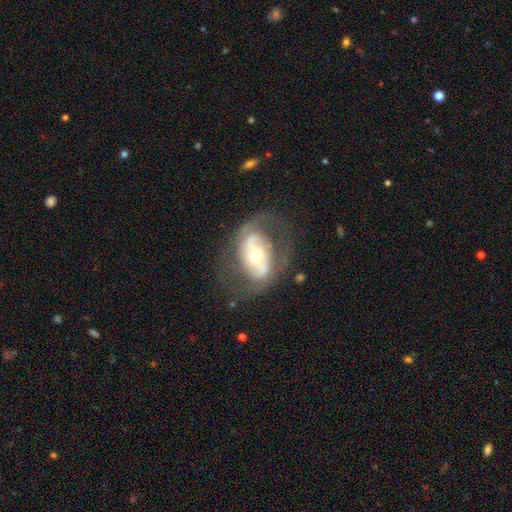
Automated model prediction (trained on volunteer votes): This is likely a featured or disk galaxy (76%). It is clearly not viewed edge-on (95%). Bar: marginally no (43%). Spiral arm pattern: likely yes (69%). Spiral arm count: likely 2 (78%). Spiral winding: marginally medium (45%). Central bulge: possibly moderate (51%). Merging: likely none (63%).